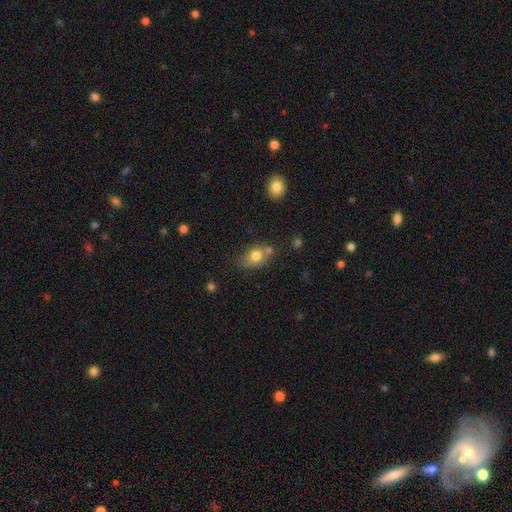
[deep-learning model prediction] smooth_or_featured: smooth (p=0.76) [alt: featured or disk p=0.14]
how_rounded: in between (p=0.65) [alt: round p=0.33]
merging: none (p=0.57) [alt: minor disturbance p=0.21]